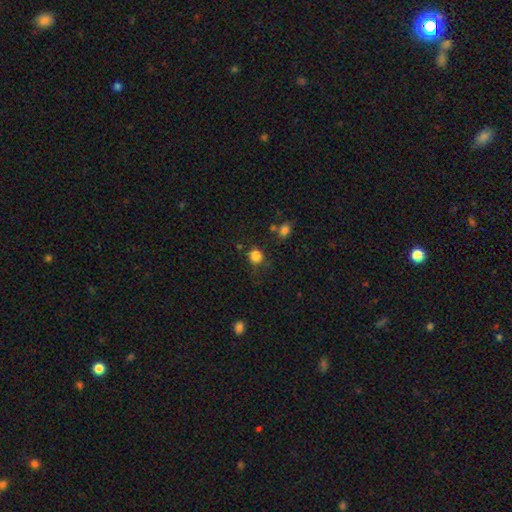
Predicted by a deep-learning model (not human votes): smooth_or_featured: smooth (p=0.84) [alt: star or artifact p=0.12]
how_rounded: round (p=0.88) [alt: in between p=0.11]
merging: none (p=0.77) [alt: minor disturbance p=0.14]